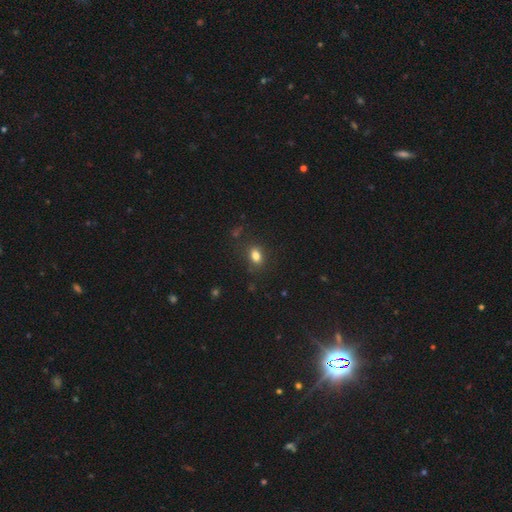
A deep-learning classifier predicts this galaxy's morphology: smooth_or_featured: smooth (p=0.81) [alt: star or artifact p=0.12]
how_rounded: in between (p=0.74) [alt: round p=0.24]
merging: none (p=0.81) [alt: minor disturbance p=0.13]